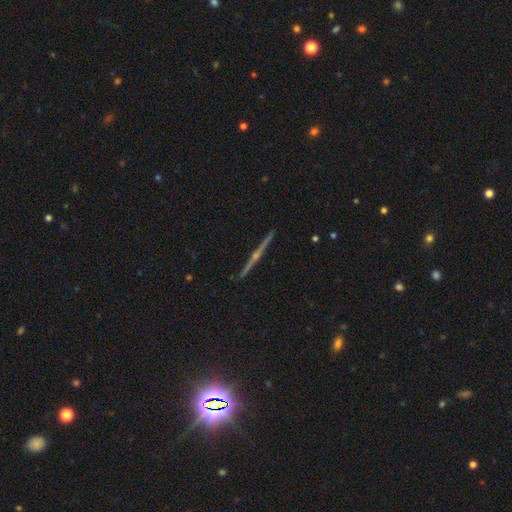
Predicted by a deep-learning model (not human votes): Smooth or featured? Predicted: featured or disk (p=0.55). Edge-on disk? Predicted: yes (p=0.90). Merging? Predicted: none (p=0.86).